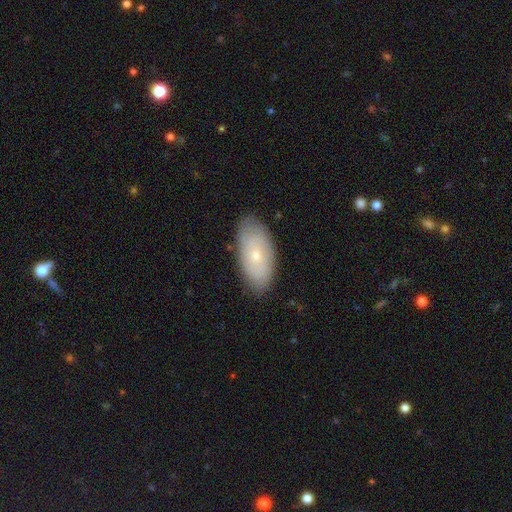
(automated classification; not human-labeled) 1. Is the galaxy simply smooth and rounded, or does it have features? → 56% smooth, 37% featured or disk, 7% star or artifact.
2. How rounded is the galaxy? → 93% in between, 4% cigar-shaped, 3% round.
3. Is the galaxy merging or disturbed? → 81% none, 15% minor disturbance, 3% major disturbance, 1% merger.